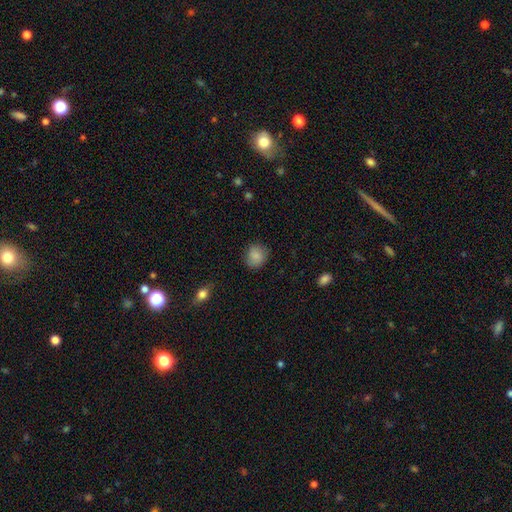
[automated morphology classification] smooth-or-featured: smooth: 86% | star or artifact: 8% | featured or disk: 6%
  how-rounded: round: 81% | in between: 18% | cigar-shaped: 1%
  merging: none: 84% | minor disturbance: 12% | major disturbance: 3% | merger: 1%